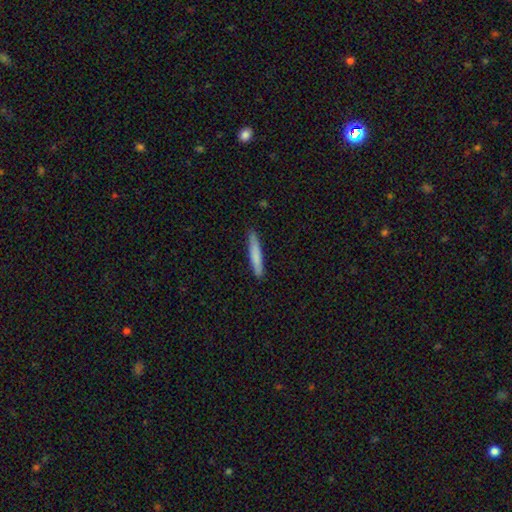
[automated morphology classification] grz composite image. It shows a smooth galaxy with no disk features (76%) that is cigar-shaped (94%). Merging: none (87%).